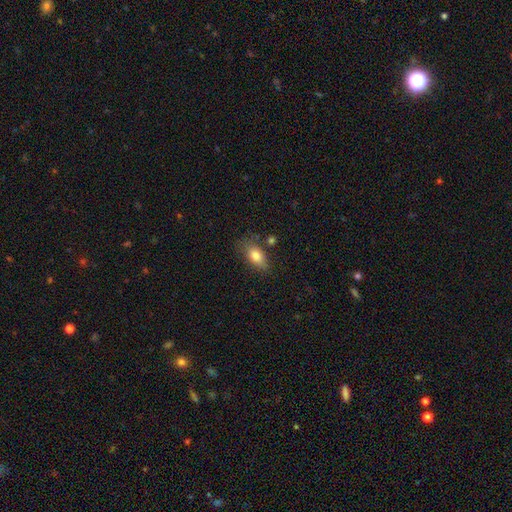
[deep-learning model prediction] A smooth galaxy with no disk features (80%) that is in between round and cigar-shaped (86%).

Vote fractions:
- Smooth or featured? smooth: 80% / featured or disk: 12% / star or artifact: 8%
- How rounded? in between: 86% / round: 7% / cigar-shaped: 6%
- Merging? none: 69% / minor disturbance: 20% / merger: 6% / major disturbance: 6%